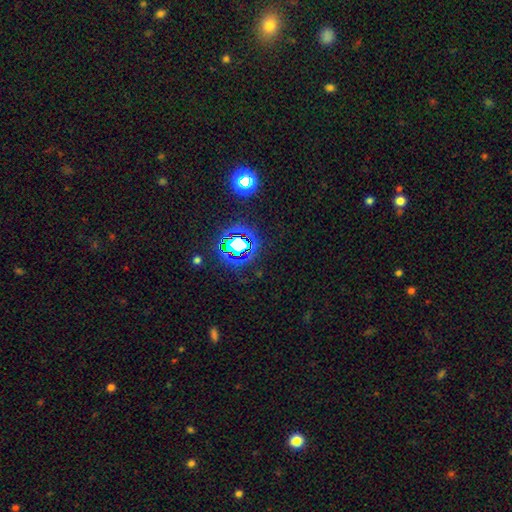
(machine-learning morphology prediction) smooth-or-featured: star or artifact: 77% | smooth: 14% | featured or disk: 8%